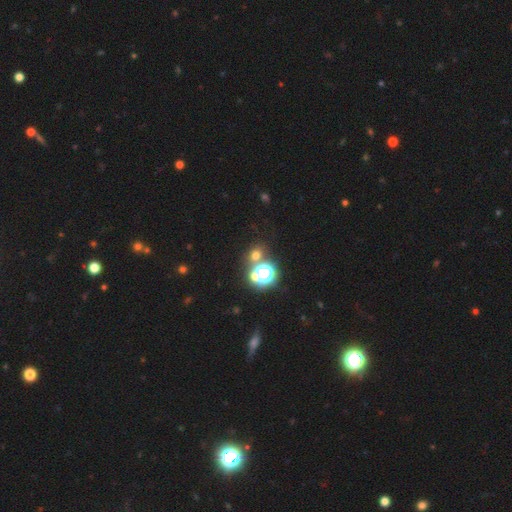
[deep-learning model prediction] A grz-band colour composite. It shows a smooth galaxy with no disk features (53%) that is round (77%). Merging: none (72%).